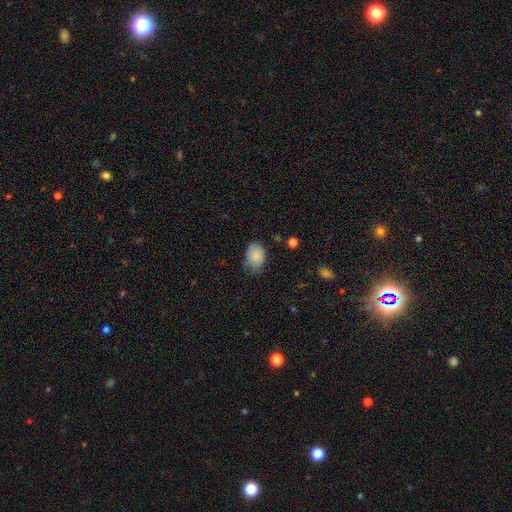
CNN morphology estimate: Smooth or featured? Predicted: smooth (p=0.85). How rounded? Predicted: in between (p=0.78). Merging? Predicted: none (p=0.55).